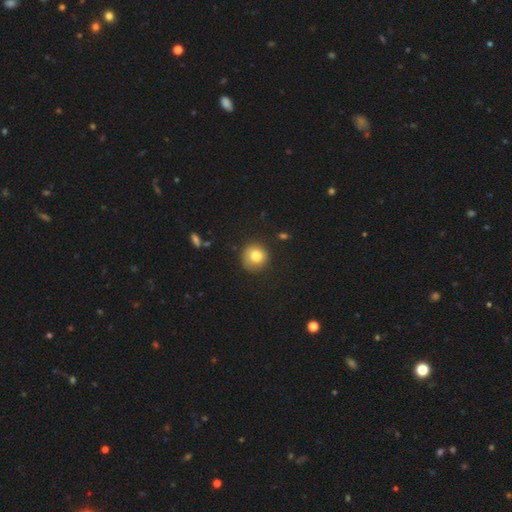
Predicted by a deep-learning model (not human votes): Smooth or featured? Predicted: smooth (p=0.80). How rounded? Predicted: round (p=0.92). Merging? Predicted: none (p=0.80).